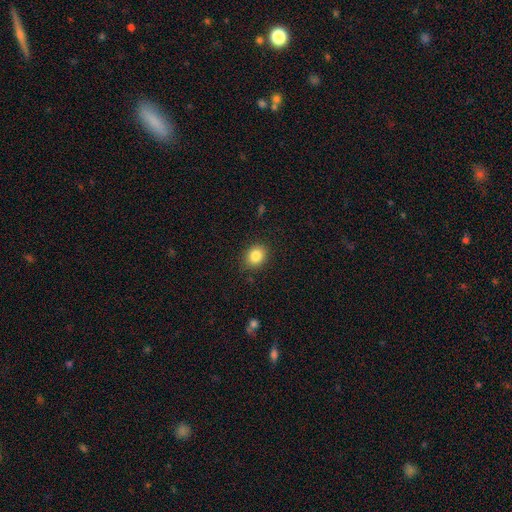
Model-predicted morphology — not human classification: Smooth or featured? Predicted: smooth (p=0.85). How rounded? Predicted: round (p=0.61). Merging? Predicted: none (p=0.88).